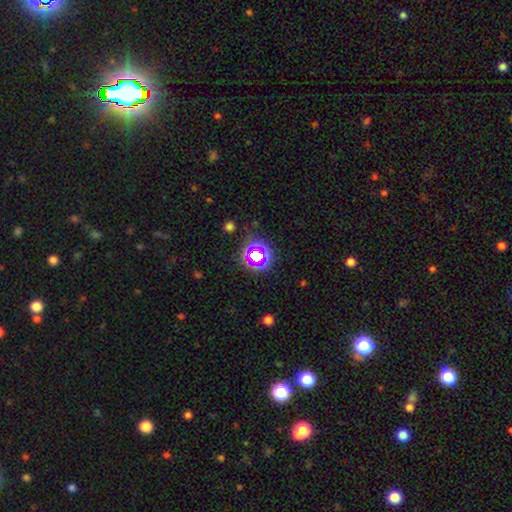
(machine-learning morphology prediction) A star or artifact, not a galaxy (59%).

Vote fractions:
- Smooth or featured? star or artifact: 59% / smooth: 29% / featured or disk: 11%